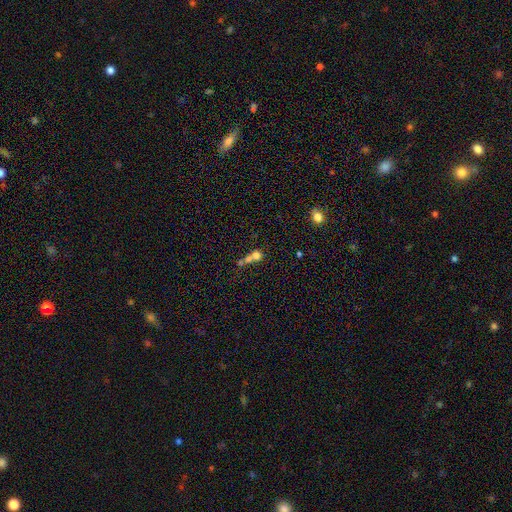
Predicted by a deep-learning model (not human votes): smooth-or-featured: smooth: 67% | featured or disk: 19% | star or artifact: 14%
  how-rounded: round: 78% | in between: 20% | cigar-shaped: 2%
  merging: merger: 60% | none: 28% | minor disturbance: 6% | major disturbance: 5%